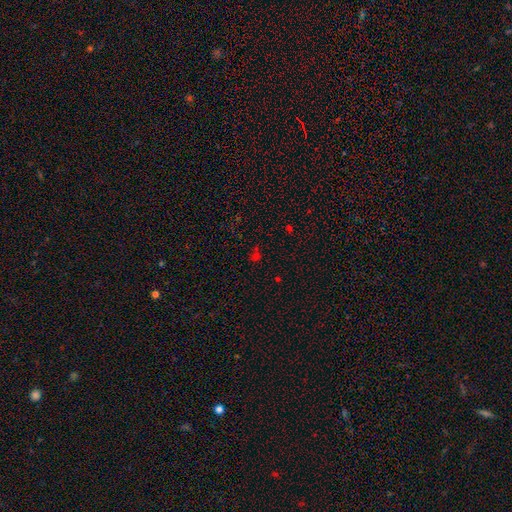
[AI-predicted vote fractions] Smooth or featured? Predicted: star or artifact (p=0.48).